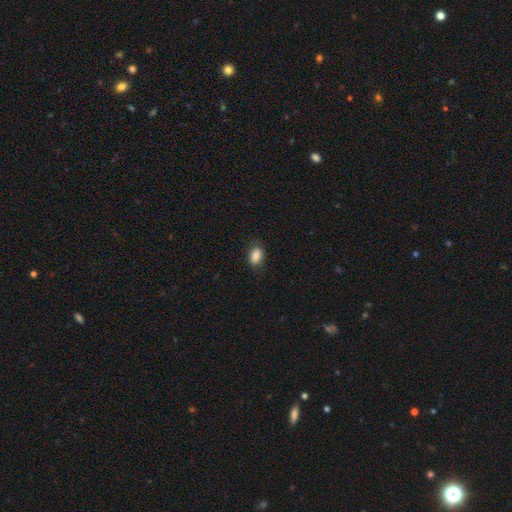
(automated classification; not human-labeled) smooth_or_featured: smooth (p=0.84) [alt: star or artifact p=0.09]
how_rounded: in between (p=0.85) [alt: round p=0.14]
merging: none (p=0.79) [alt: minor disturbance p=0.16]